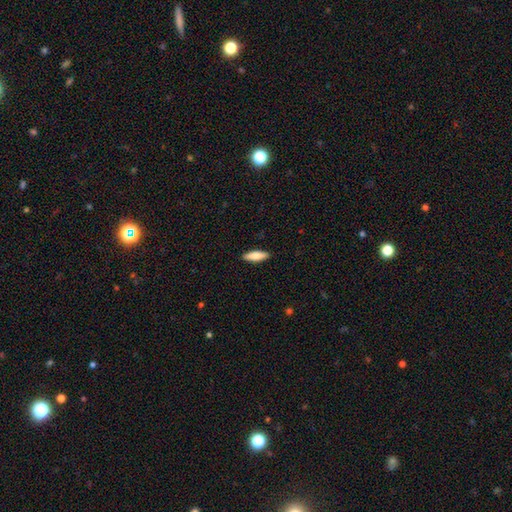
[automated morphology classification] A smooth galaxy with no disk features (77%) that is cigar-shaped (53%). Merging: none (90%).